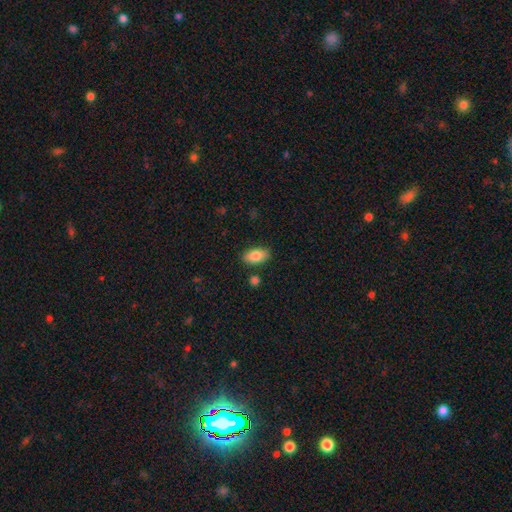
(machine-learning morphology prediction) This is clearly a smooth galaxy (84%). How rounded: clearly in between (92%). Merging: clearly none (85%).